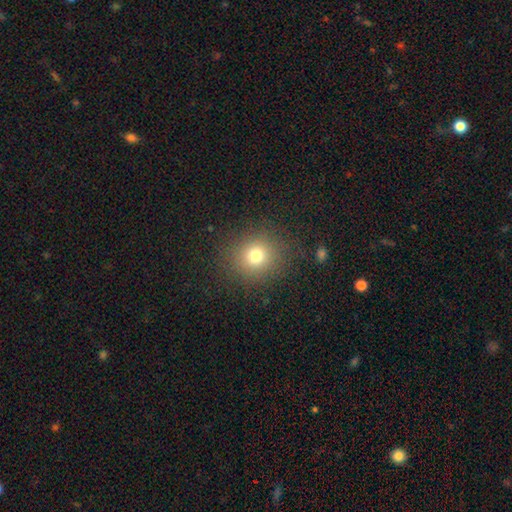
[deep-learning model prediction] The model was most divided on "smooth or featured": smooth: 75%, star or artifact: 16%, featured or disk: 9%. More confident: merging — none (86%); how rounded — round (84%).